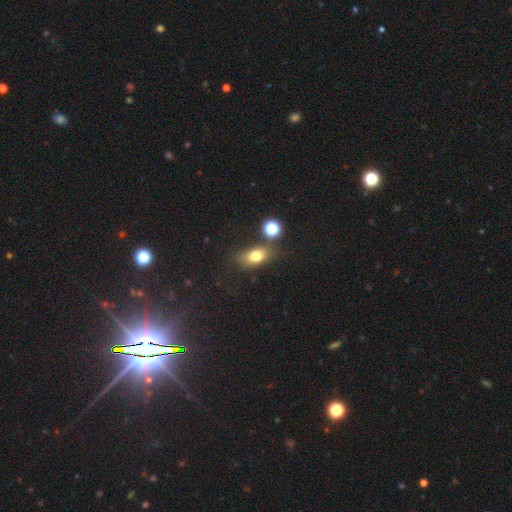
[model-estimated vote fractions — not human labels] Smooth or featured: smooth — 75% (star or artifact — 13%)
How rounded: in between — 73% (round — 23%)
Merging: none — 67% (minor disturbance — 17%)